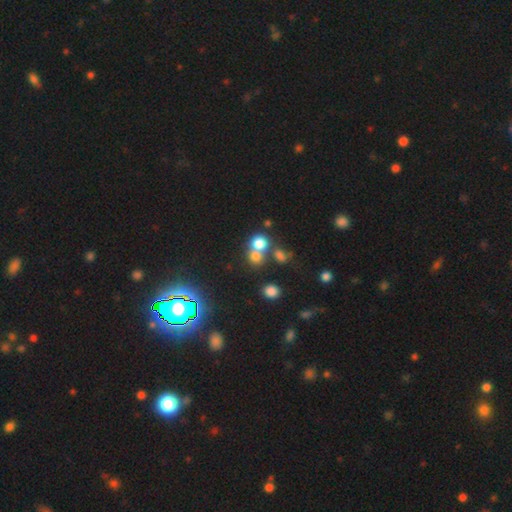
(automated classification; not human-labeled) Smooth or featured? Predicted: smooth (p=0.69). How rounded? Predicted: round (p=0.80). Merging? Predicted: merger (p=0.47).